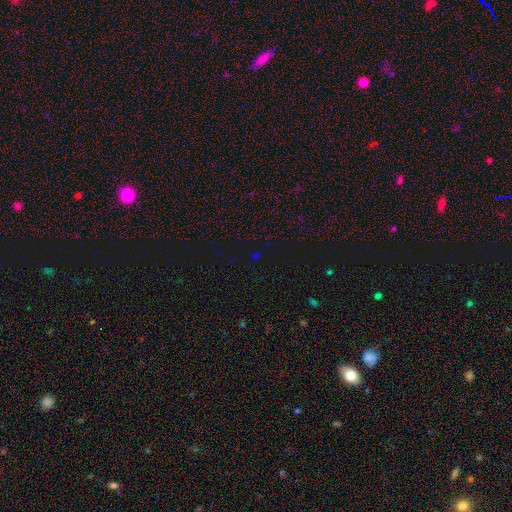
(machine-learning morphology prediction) Smooth or featured?
  - star or artifact: 68% *
  - smooth: 25%
  - featured or disk: 7%